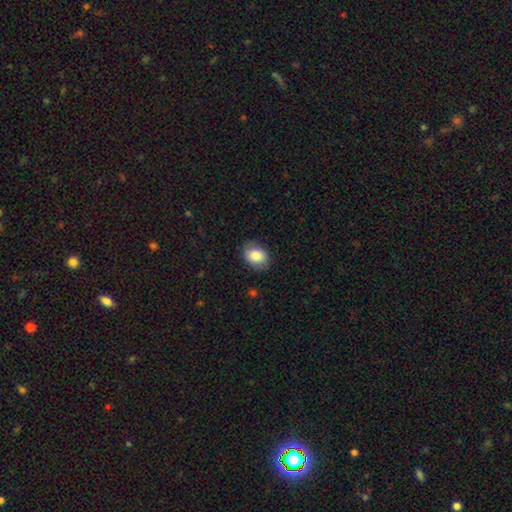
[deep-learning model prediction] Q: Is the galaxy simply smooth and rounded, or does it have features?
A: smooth — 83%.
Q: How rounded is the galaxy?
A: in between — 72%.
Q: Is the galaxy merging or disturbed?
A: none — 79%.